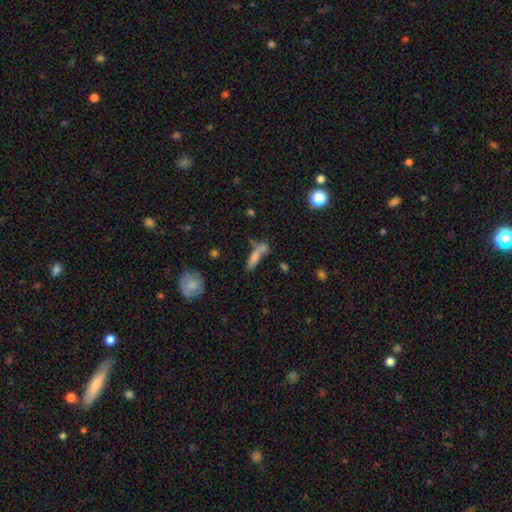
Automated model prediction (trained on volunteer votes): The model was most divided on "merging": none: 41%, merger: 33%, minor disturbance: 16%, major disturbance: 10%. More confident: smooth or featured — smooth (66%); how rounded — cigar-shaped (63%).